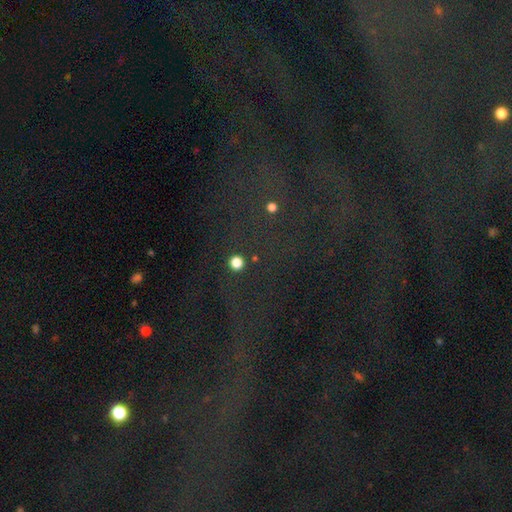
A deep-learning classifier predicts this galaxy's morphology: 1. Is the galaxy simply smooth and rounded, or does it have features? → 81% star or artifact, 10% featured or disk, 9% smooth.